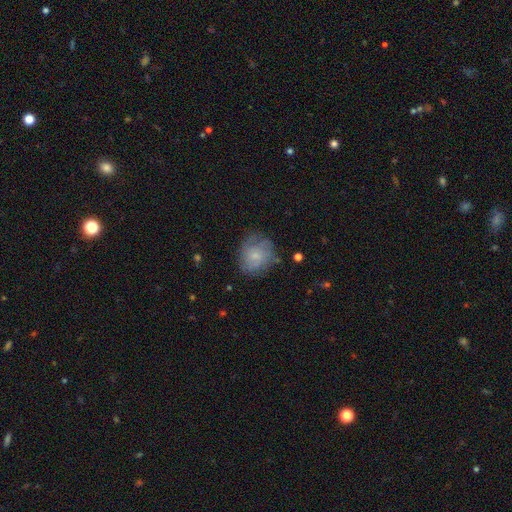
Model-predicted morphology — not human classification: The model was most divided on "smooth or featured": smooth: 54%, featured or disk: 37%, star or artifact: 9%. More confident: how rounded — round (75%); merging — none (63%).